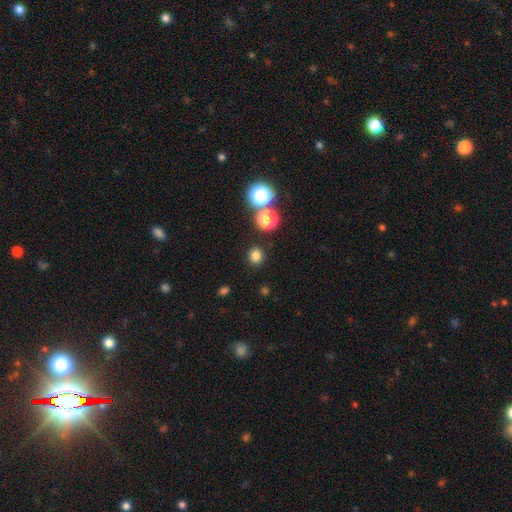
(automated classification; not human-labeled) A smooth galaxy with no disk features (78%) that is round (89%).

Vote fractions:
- Smooth or featured? smooth: 78% / star or artifact: 17% / featured or disk: 4%
- How rounded? round: 89% / in between: 10% / cigar-shaped: 1%
- Merging? none: 88% / minor disturbance: 6% / merger: 3% / major disturbance: 2%